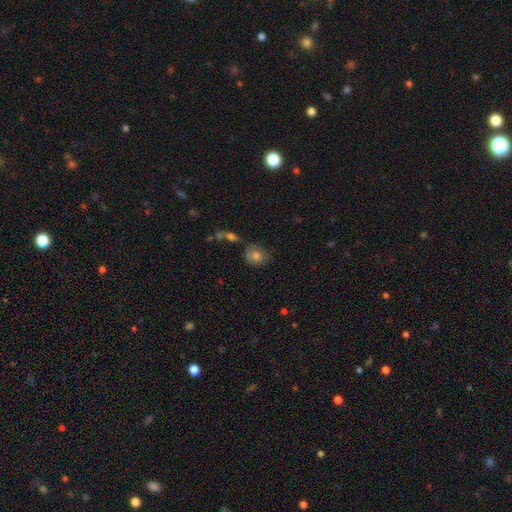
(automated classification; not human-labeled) This appears to be a smooth galaxy with no disk features (75%) that is round (62%). Merging: none (66%).